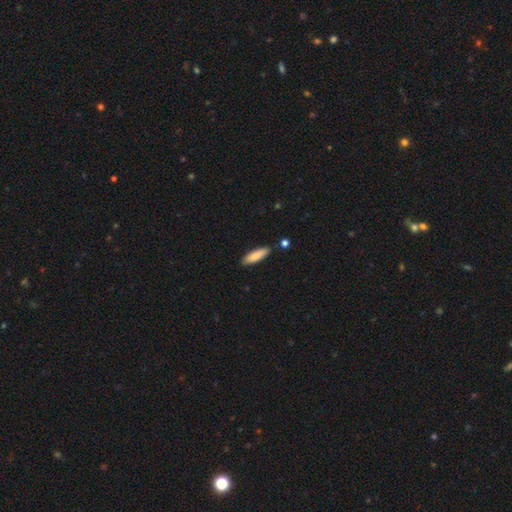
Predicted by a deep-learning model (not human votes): Smooth or featured? Predicted: smooth (p=0.84). How rounded? Predicted: cigar-shaped (p=0.59). Merging? Predicted: none (p=0.84).